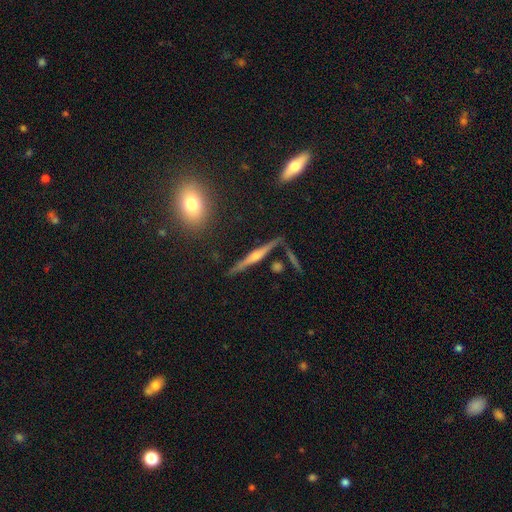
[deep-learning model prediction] Smooth or featured: featured or disk — 77% (smooth — 14%)
Edge-on disk: yes — 97% (no — 3%)
Edge-on bulge: rounded — 86% (none — 7%)
Merging: none — 83% (minor disturbance — 10%)